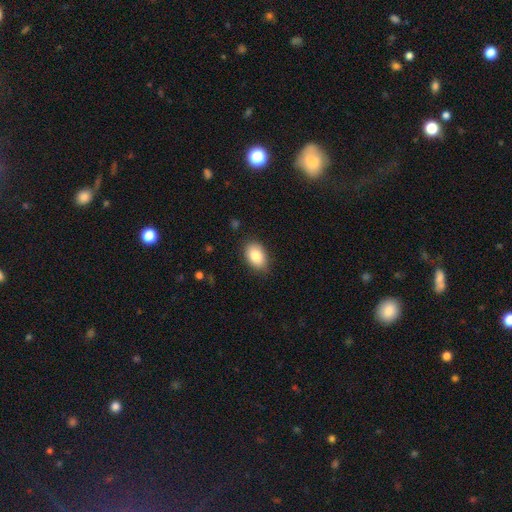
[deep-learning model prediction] The model was most divided on "merging": none: 84%, minor disturbance: 12%, major disturbance: 3%, merger: 1%. More confident: how rounded — in between (89%); smooth or featured — smooth (86%).